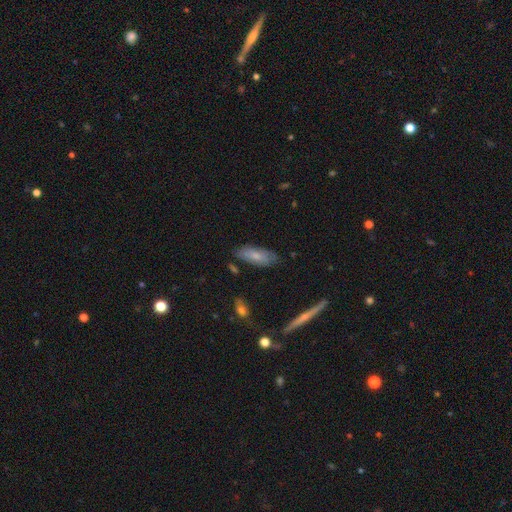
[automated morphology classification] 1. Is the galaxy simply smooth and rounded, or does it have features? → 68% smooth, 25% featured or disk, 7% star or artifact.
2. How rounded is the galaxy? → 72% in between, 26% cigar-shaped, 2% round.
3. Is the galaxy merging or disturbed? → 75% none, 19% minor disturbance, 3% major disturbance, 2% merger.